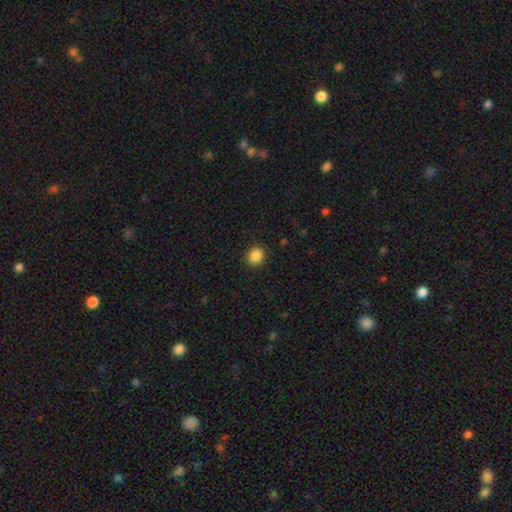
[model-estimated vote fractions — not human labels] Q: Smooth or featured?
A: smooth (87%); runner-up: star or artifact (10%)
Q: How rounded?
A: round (80%); runner-up: in between (19%)
Q: Merging?
A: none (90%); runner-up: minor disturbance (7%)